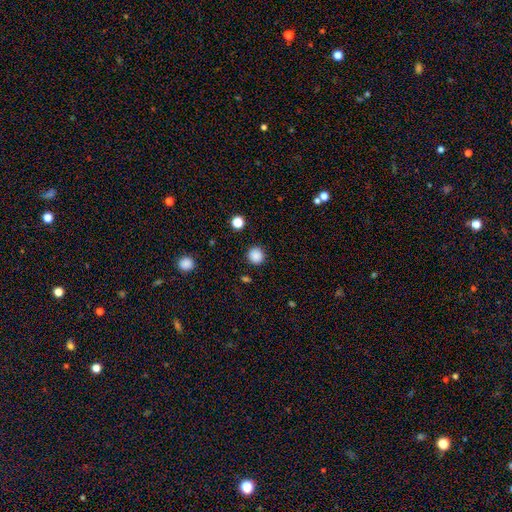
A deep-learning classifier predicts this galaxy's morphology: smooth 87%, star or artifact 10%, featured or disk 3%. Down the decision tree: how rounded — round (93%); merging — none (91%).